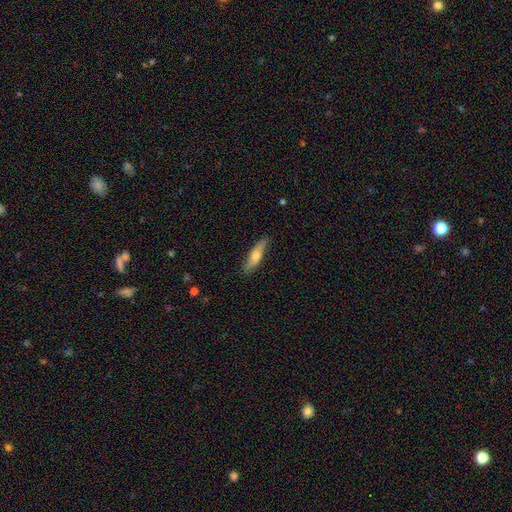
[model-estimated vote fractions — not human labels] Overall: smooth (56%; featured or disk 38%). How rounded: cigar-shaped (71%). Merging: none (82%).